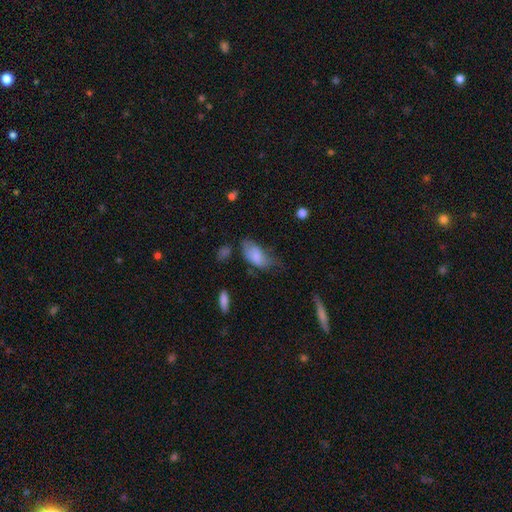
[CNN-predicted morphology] Smooth or featured? Predicted: smooth (p=0.77). How rounded? Predicted: in between (p=0.92). Merging? Predicted: minor disturbance (p=0.38).